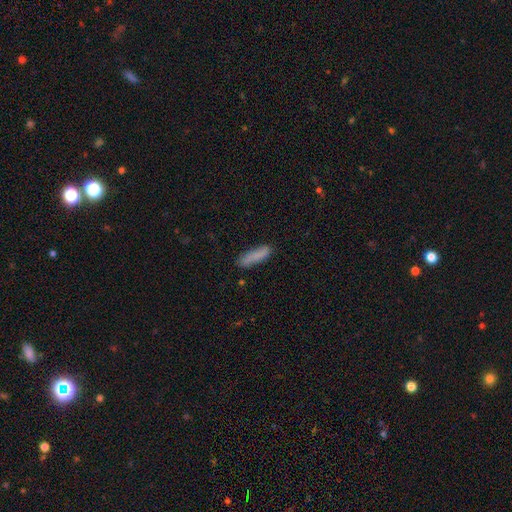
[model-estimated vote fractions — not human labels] smooth_or_featured: smooth (p=0.83) [alt: featured or disk p=0.09]
how_rounded: cigar-shaped (p=0.68) [alt: in between p=0.30]
merging: none (p=0.79) [alt: minor disturbance p=0.15]